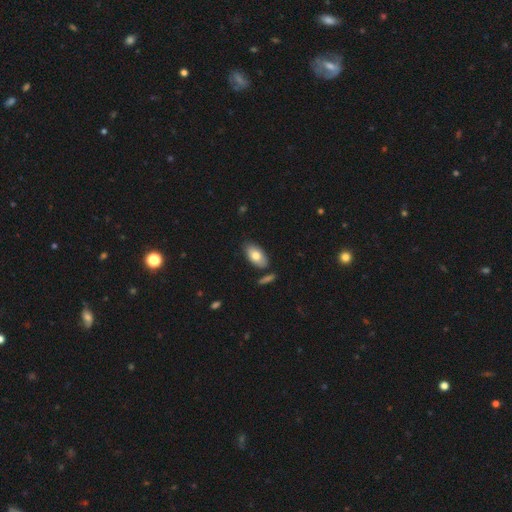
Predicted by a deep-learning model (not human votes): Morphology: type=smooth (76%); roundness=in between (93%); merging=none (78%).